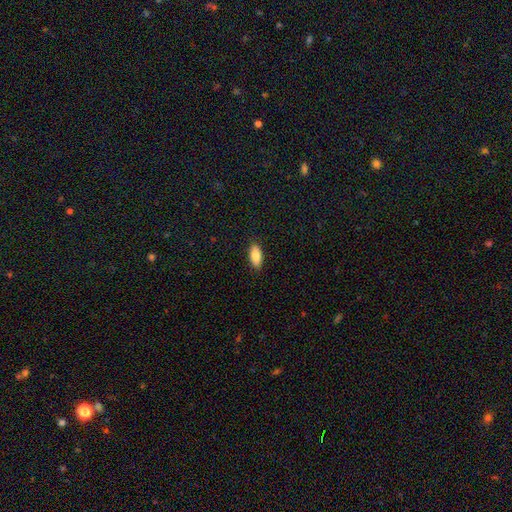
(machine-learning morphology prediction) smooth_or_featured: smooth (p=0.86) [alt: featured or disk p=0.08]
how_rounded: in between (p=0.88) [alt: cigar-shaped p=0.10]
merging: none (p=0.88) [alt: minor disturbance p=0.09]